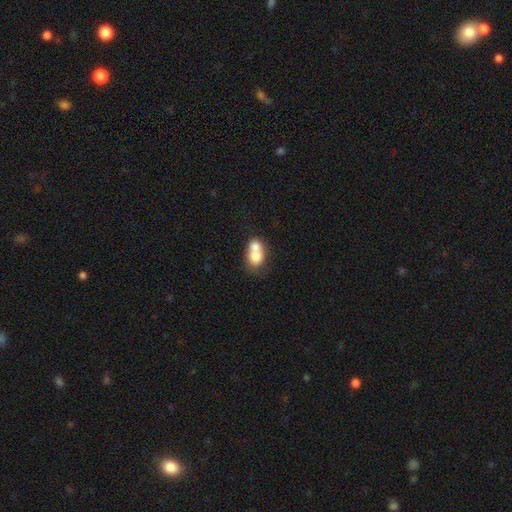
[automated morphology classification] This is likely a smooth galaxy (71%). How rounded: possibly in between (52%). Merging: likely merger (68%).